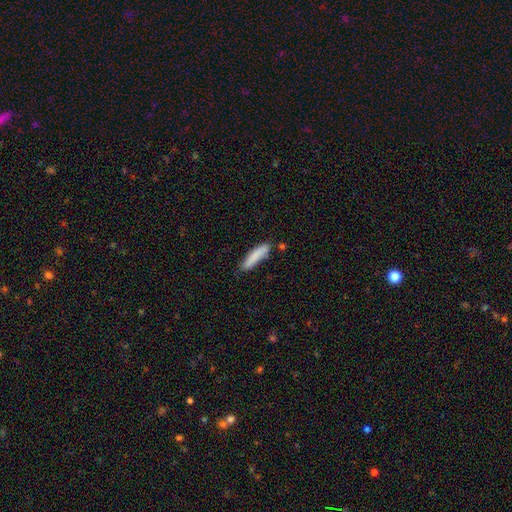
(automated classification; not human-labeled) Morphology: type=smooth (83%); roundness=cigar-shaped (82%); merging=none (73%).